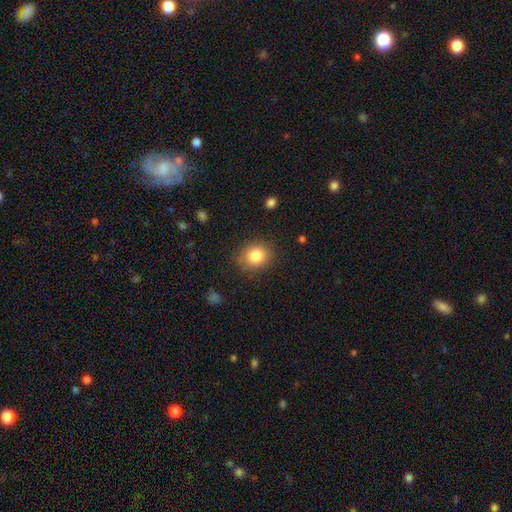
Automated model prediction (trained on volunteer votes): smooth 83%, star or artifact 10%, featured or disk 7%. Down the decision tree: how rounded — round (69%); merging — none (85%).